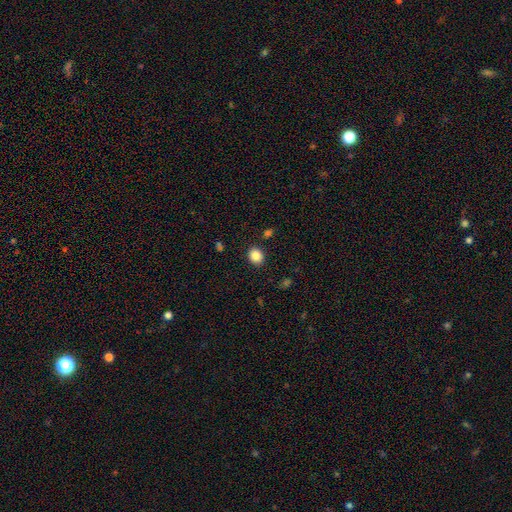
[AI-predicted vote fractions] This appears to be a smooth galaxy with no disk features (85%) that is round (66%). Merging: none (89%).